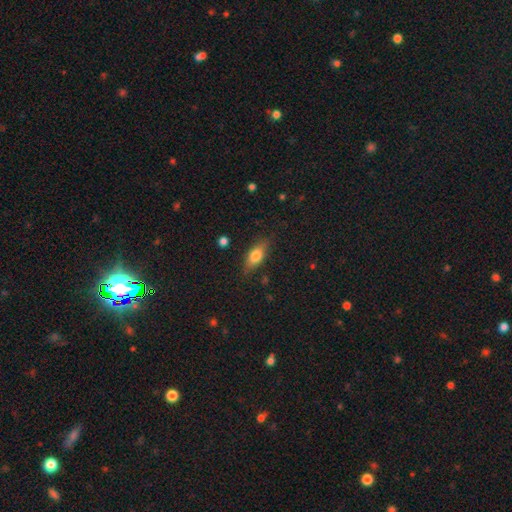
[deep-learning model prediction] A smooth galaxy with no disk features (73%) that is in between round and cigar-shaped (77%). Merging: none (81%).